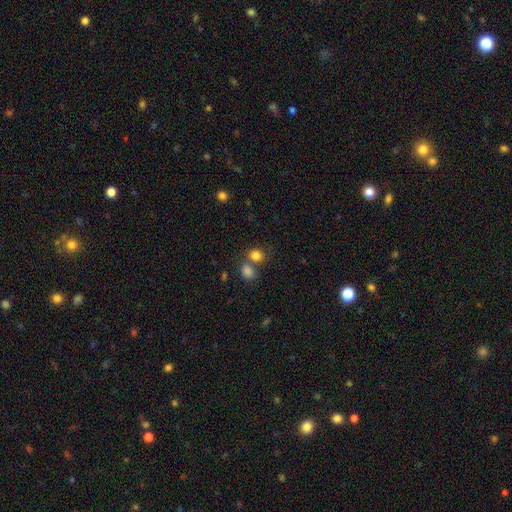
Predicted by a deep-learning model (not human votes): Smooth or featured? smooth (83%)
How rounded? round (61%)
Merging? none (52%)